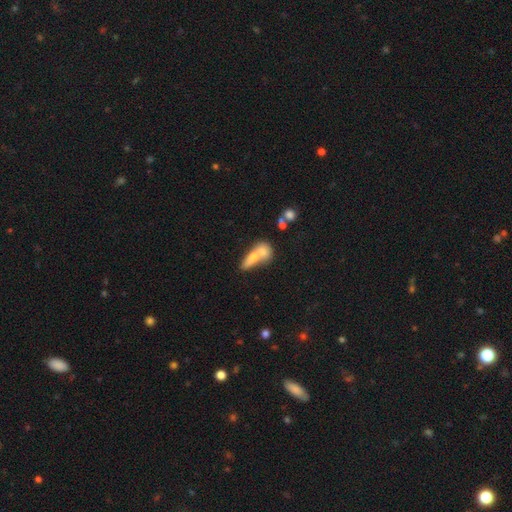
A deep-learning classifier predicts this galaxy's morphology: type=smooth (66%); roundness=in between (58%); merging=merger (63%).